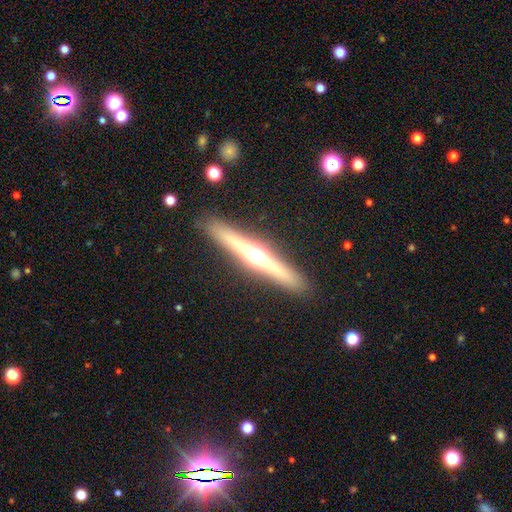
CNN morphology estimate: Q: Smooth or featured?
A: featured or disk (76%); runner-up: smooth (18%)
Q: Edge-on disk?
A: yes (98%); runner-up: no (2%)
Q: Edge-on bulge?
A: rounded (93%); runner-up: boxy (4%)
Q: Merging?
A: none (90%); runner-up: minor disturbance (7%)